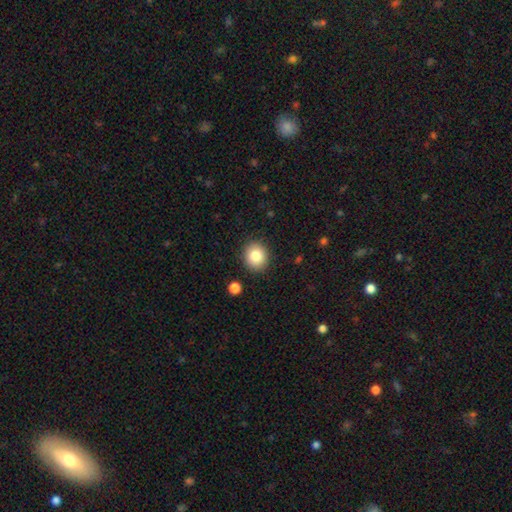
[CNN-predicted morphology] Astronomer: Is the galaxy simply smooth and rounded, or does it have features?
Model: smooth — 83%.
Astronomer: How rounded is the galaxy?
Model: round — 79%.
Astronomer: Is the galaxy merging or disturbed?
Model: none — 89%.